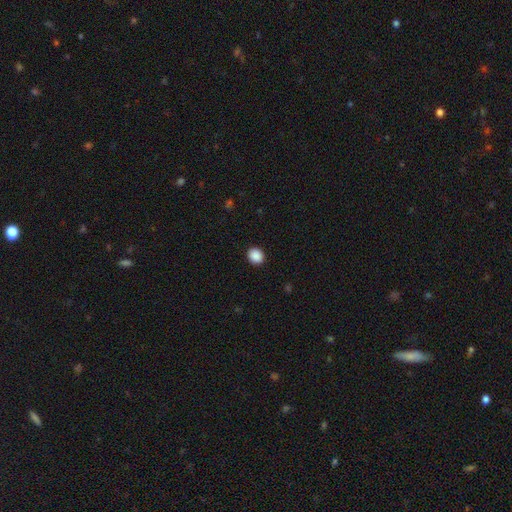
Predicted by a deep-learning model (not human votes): A smooth galaxy with no disk features (89%) that is round (71%). Merging: none (91%).